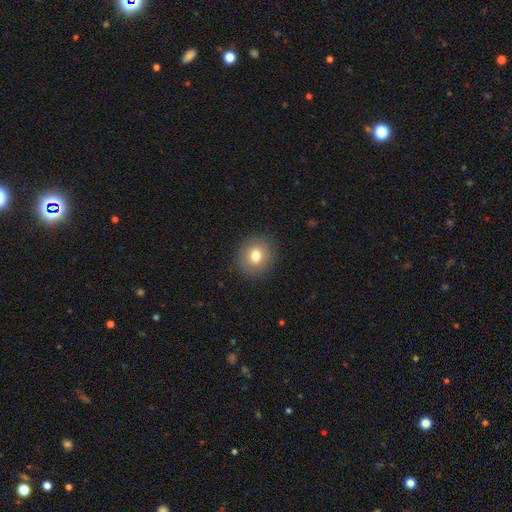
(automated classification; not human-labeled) Q: Smooth or featured?
A: smooth (77%); runner-up: featured or disk (12%)
Q: How rounded?
A: round (86%); runner-up: in between (13%)
Q: Merging?
A: none (90%); runner-up: minor disturbance (7%)